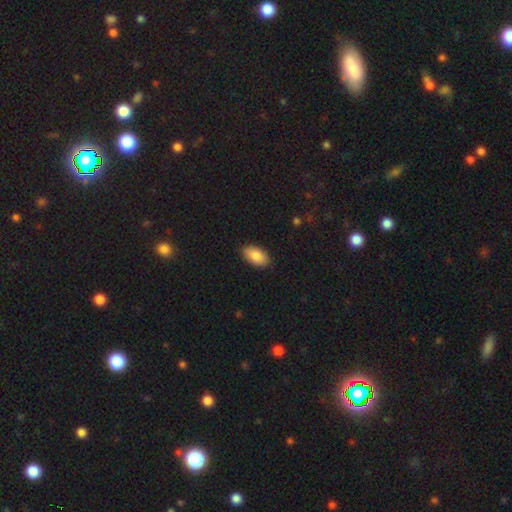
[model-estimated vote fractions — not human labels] The model was most divided on "smooth or featured": smooth: 87%, featured or disk: 7%, star or artifact: 6%. More confident: how rounded — in between (95%); merging — none (89%).